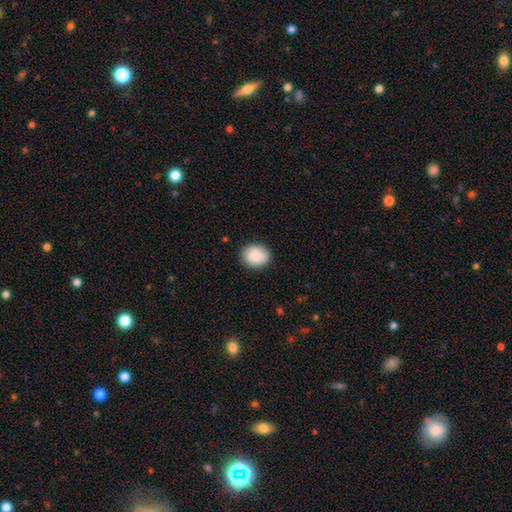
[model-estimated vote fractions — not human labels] smooth 90%, star or artifact 7%, featured or disk 4%. Down the decision tree: how rounded — round (62%); merging — none (87%).